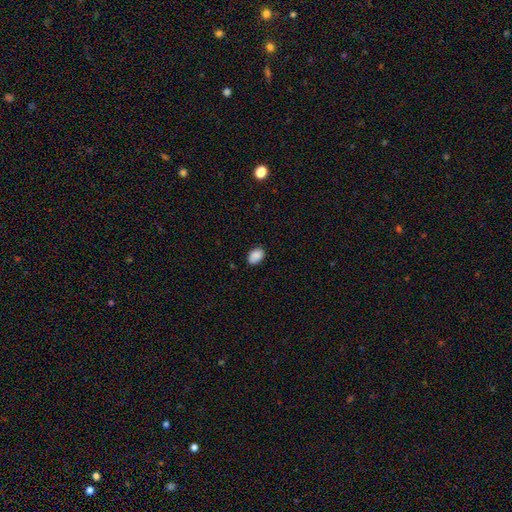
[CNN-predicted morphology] Overall: smooth (89%). How rounded: in between (86%). Merging: none (84%).